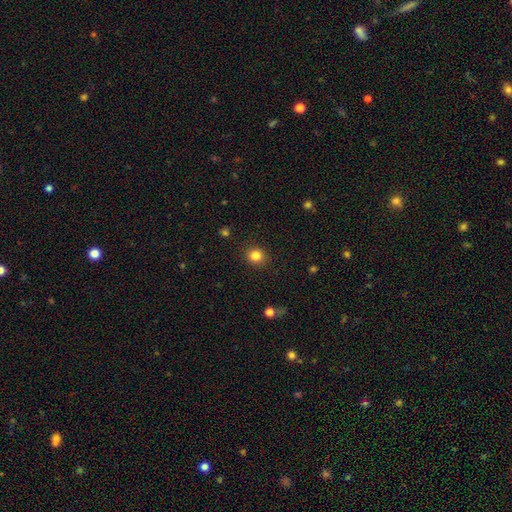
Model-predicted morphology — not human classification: smooth 84%, star or artifact 12%, featured or disk 5%. Down the decision tree: how rounded — round (82%); merging — none (89%).